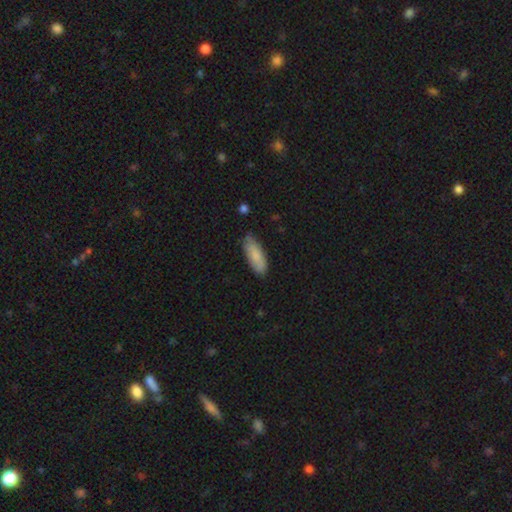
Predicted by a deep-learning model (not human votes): Smooth or featured?
  - smooth: 83% *
  - featured or disk: 11%
  - star or artifact: 6%
How rounded?
  - in between: 65% *
  - cigar-shaped: 33%
  - round: 2%
Merging?
  - none: 77% *
  - minor disturbance: 18%
  - major disturbance: 3%
  - merger: 2%